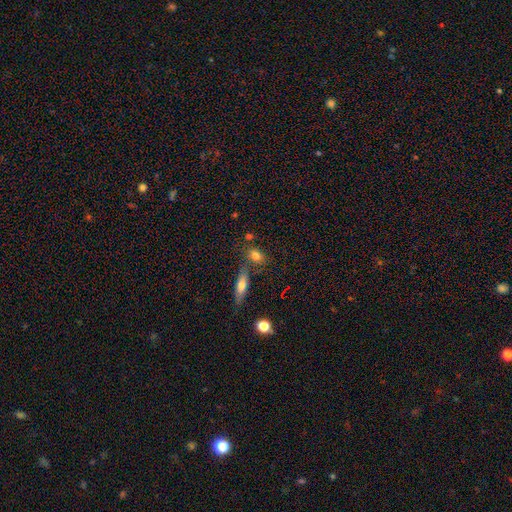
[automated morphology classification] type=smooth (77%); roundness=in between (68%); merging=none (65%).